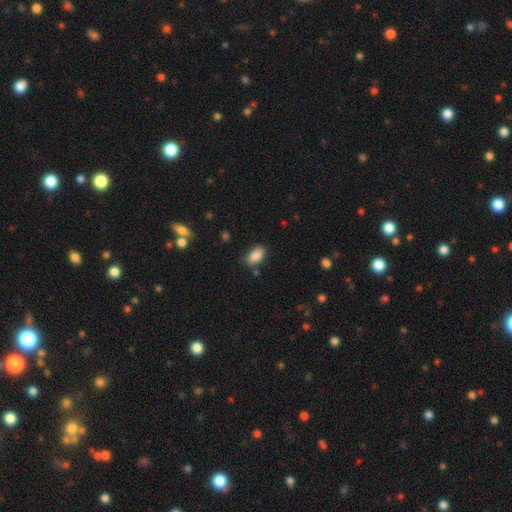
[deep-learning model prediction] smooth 87%, star or artifact 8%, featured or disk 5%. Down the decision tree: how rounded — in between (92%); merging — none (79%).